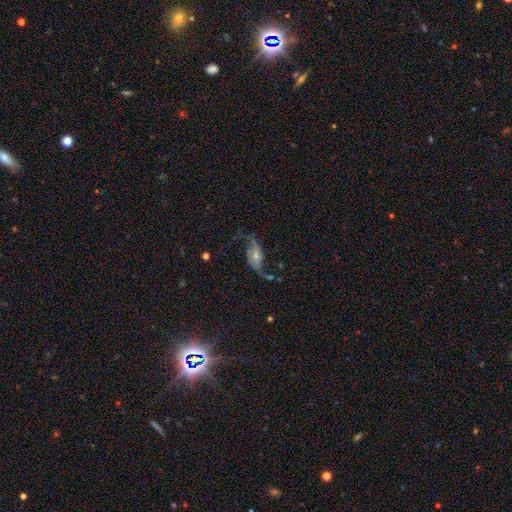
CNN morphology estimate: Smooth or featured: featured or disk — 80% (smooth — 13%)
Edge-on disk: no — 95% (yes — 5%)
Bar: no — 52% (weak — 34%)
Spiral arms: yes — 91% (no — 9%)
Spiral winding: loose — 81% (medium — 14%)
Spiral arm count: 2 — 90% (1 — 4%)
Bulge size: small — 47% (moderate — 42%)
Merging: none — 53% (major disturbance — 23%)